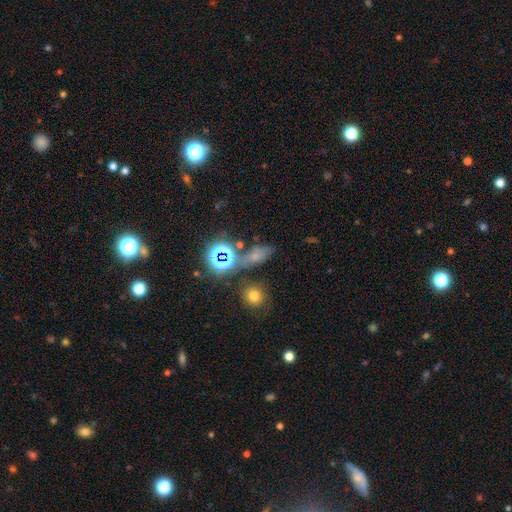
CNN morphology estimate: Smooth or featured? smooth (51%)
How rounded? in between (64%)
Merging? none (62%)